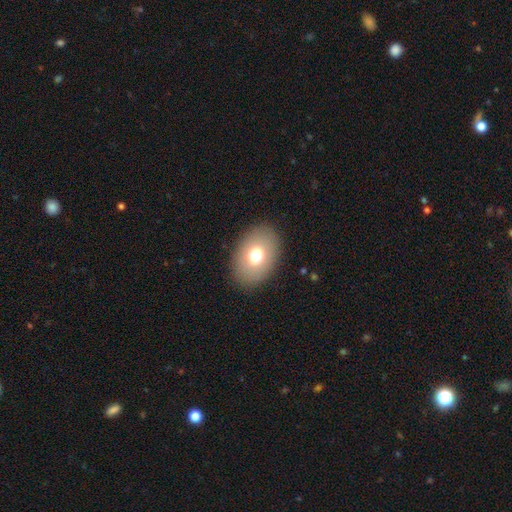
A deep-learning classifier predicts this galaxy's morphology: A smooth galaxy with no disk features (74%) that is in between round and cigar-shaped (79%).

Vote fractions:
- Smooth or featured? smooth: 74% / featured or disk: 17% / star or artifact: 9%
- How rounded? in between: 79% / round: 20% / cigar-shaped: 1%
- Merging? none: 88% / minor disturbance: 8% / major disturbance: 3% / merger: 1%